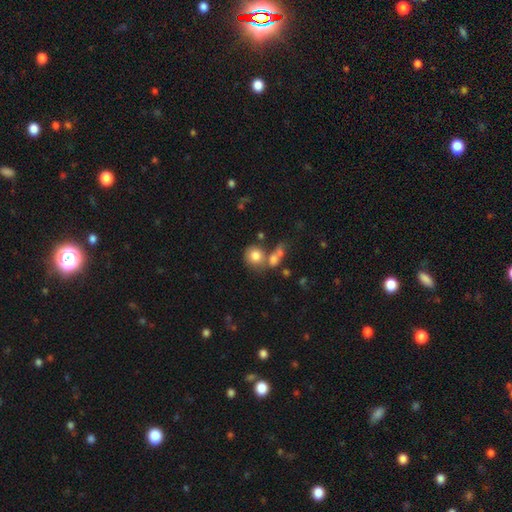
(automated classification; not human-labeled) Smooth or featured?
  - smooth: 78% *
  - featured or disk: 12%
  - star or artifact: 10%
How rounded?
  - round: 81% *
  - in between: 18%
  - cigar-shaped: 1%
Merging?
  - none: 46% *
  - merger: 36%
  - minor disturbance: 12%
  - major disturbance: 7%